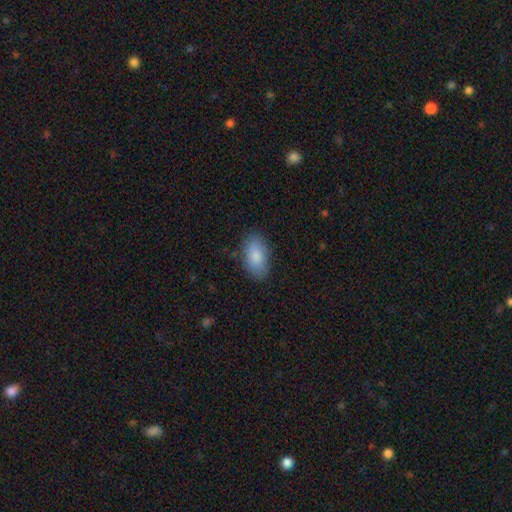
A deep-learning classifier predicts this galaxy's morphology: Smooth or featured? Predicted: smooth (p=0.84). How rounded? Predicted: in between (p=0.93). Merging? Predicted: none (p=0.84).